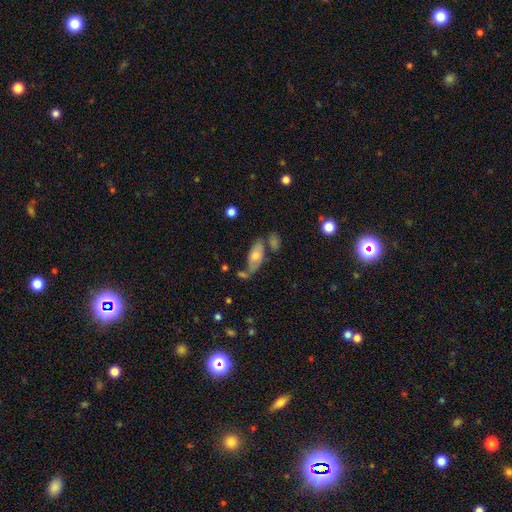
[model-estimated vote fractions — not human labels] A smooth galaxy with no disk features (62%) that is in between round and cigar-shaped (83%).

Vote fractions:
- Smooth or featured? smooth: 62% / featured or disk: 31% / star or artifact: 7%
- How rounded? in between: 83% / cigar-shaped: 14% / round: 3%
- Merging? none: 53% / minor disturbance: 20% / merger: 19% / major disturbance: 7%